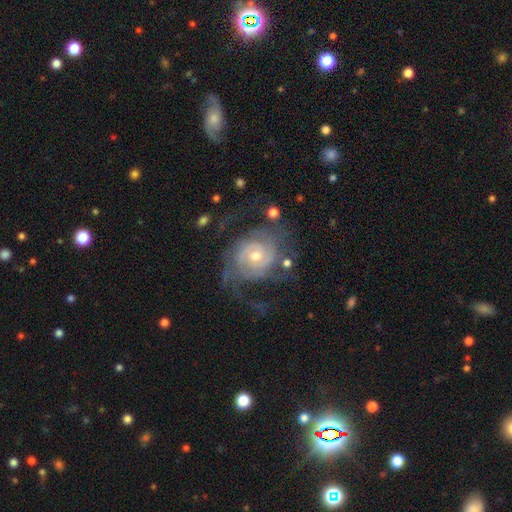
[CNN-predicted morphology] smooth-or-featured: featured or disk: 86% | smooth: 8% | star or artifact: 6%
  disk-edge-on: no: 97% | yes: 3%
    bar: no: 68% | weak: 27% | strong: 6%
    has-spiral-arms: yes: 95% | no: 5%
      spiral-winding: tight: 53% | medium: 33% | loose: 14%
      spiral-arm-count: 2: 43% | can't tell: 24% | 3: 17% | 4: 7% | 1: 5% | more than 4: 5%
    bulge-size: moderate: 51% | small: 44% | large: 3% | none: 1% | dominant: 1%
  merging: none: 58% | major disturbance: 22% | minor disturbance: 17% | merger: 2%